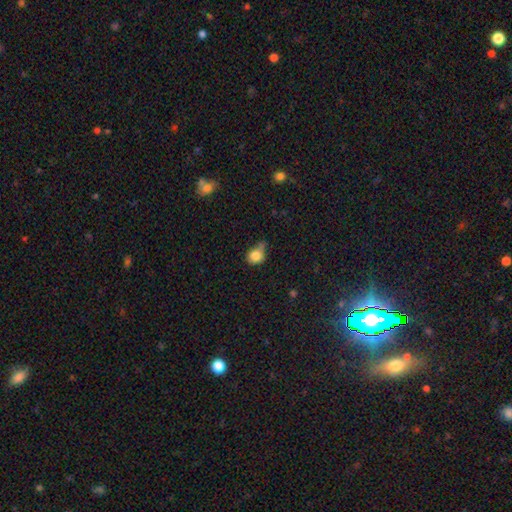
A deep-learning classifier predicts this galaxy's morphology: type=smooth (80%); roundness=round (69%); merging=minor disturbance (37%).